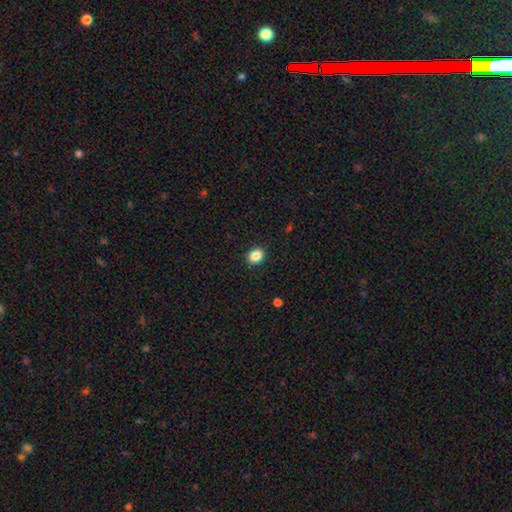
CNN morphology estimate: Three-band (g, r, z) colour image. It shows a smooth galaxy with no disk features (86%) that is round (56%). Merging: none (91%).